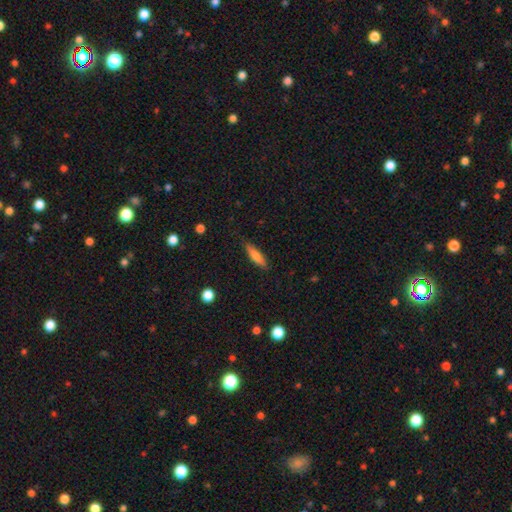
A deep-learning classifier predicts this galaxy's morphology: smooth_or_featured: smooth (p=0.72) [alt: featured or disk p=0.21]
how_rounded: cigar-shaped (p=0.69) [alt: in between p=0.29]
merging: none (p=0.84) [alt: minor disturbance p=0.13]